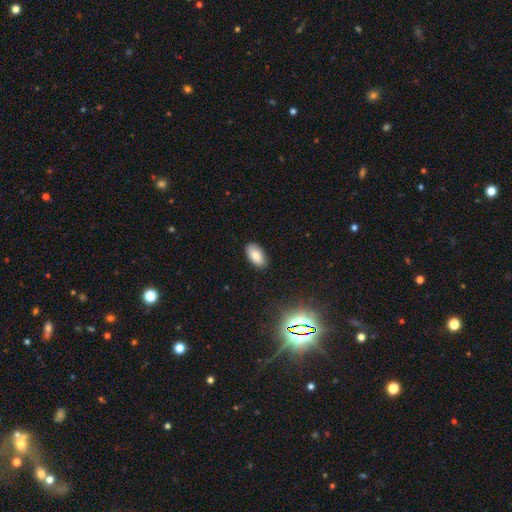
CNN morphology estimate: Smooth or featured? smooth (84%)
How rounded? in between (95%)
Merging? none (86%)